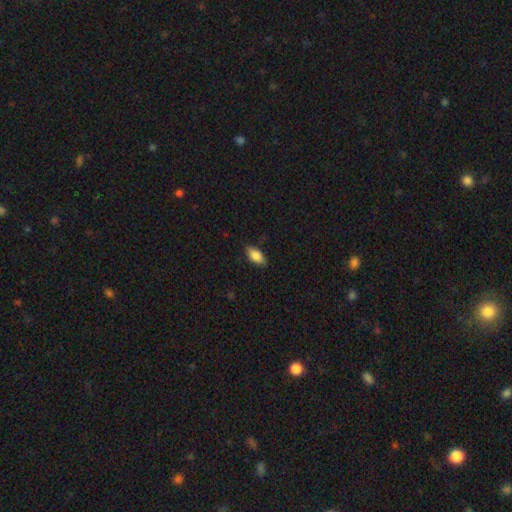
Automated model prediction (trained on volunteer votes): The model was most divided on "smooth or featured": smooth: 82%, featured or disk: 12%, star or artifact: 7%. More confident: how rounded — in between (85%); merging — none (84%).